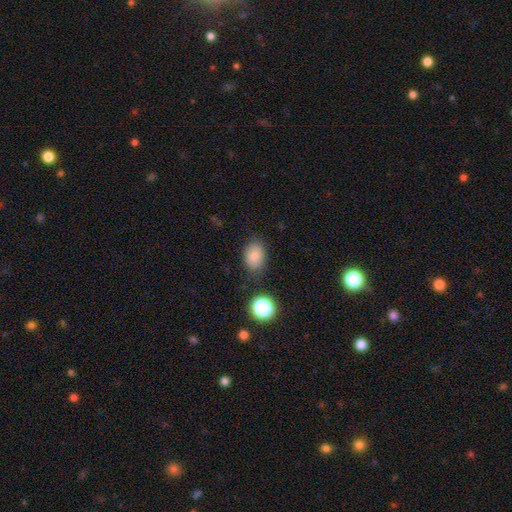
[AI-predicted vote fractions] The model was most divided on "how rounded": in between: 76%, round: 23%, cigar-shaped: 1%. More confident: smooth or featured — smooth (83%); merging — none (79%).